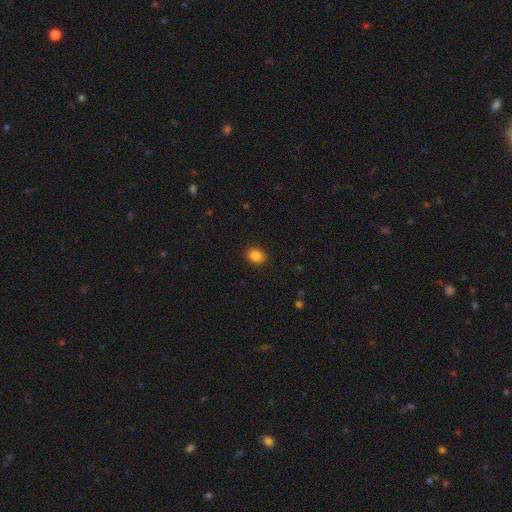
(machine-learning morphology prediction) Smooth or featured: smooth — 86% (star or artifact — 10%)
How rounded: round — 53% (in between — 46%)
Merging: none — 90% (minor disturbance — 7%)